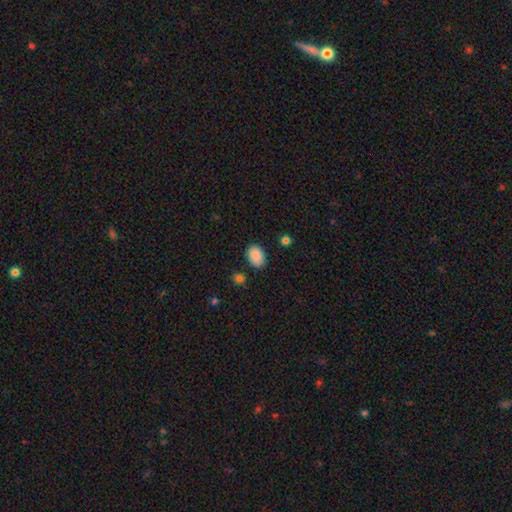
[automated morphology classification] The model was most divided on "how rounded": in between: 82%, round: 16%, cigar-shaped: 1%. More confident: smooth or featured — smooth (89%); merging — none (83%).